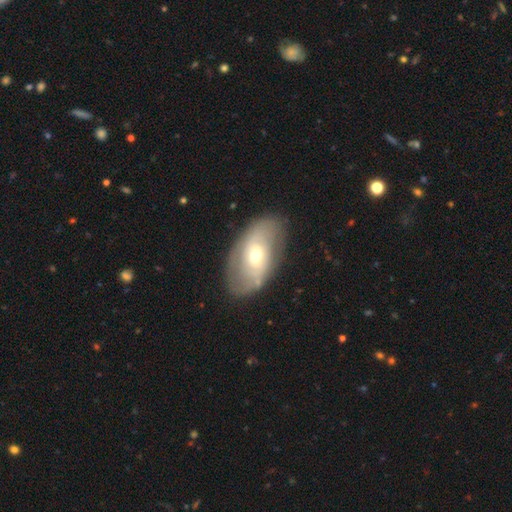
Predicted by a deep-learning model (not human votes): Morphology: type=featured or disk (56%); edge-on=no (91%); bar=no (59%); spiral arms=yes (54%); bulge=moderate (53%); merging=none (76%).